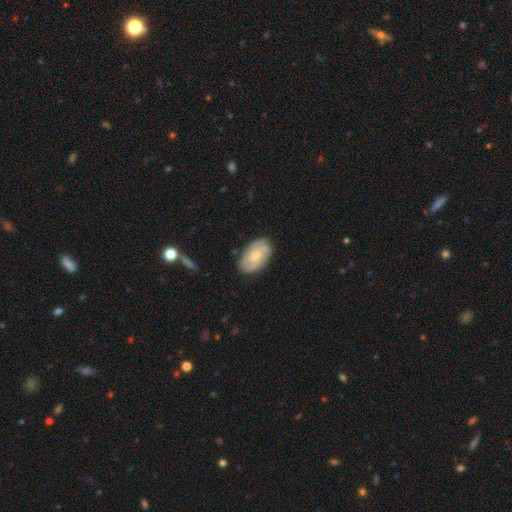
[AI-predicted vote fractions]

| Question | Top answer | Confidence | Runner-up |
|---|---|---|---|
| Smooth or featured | smooth | 47% | tied: featured or disk (47%) |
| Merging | none | 78% | minor disturbance (17%) |